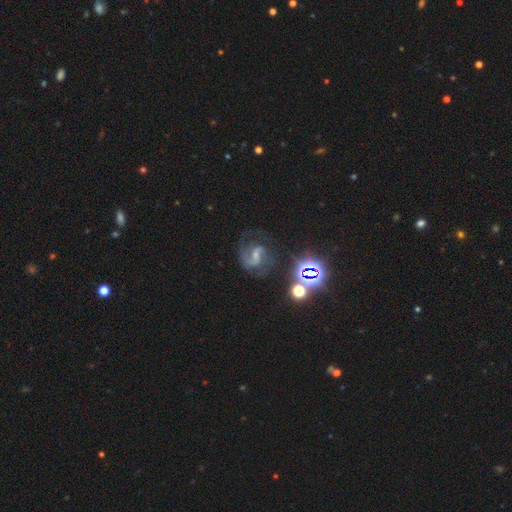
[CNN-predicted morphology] Q: Smooth or featured?
A: featured or disk (68%); runner-up: star or artifact (22%)
Q: Edge-on disk?
A: no (96%); runner-up: yes (4%)
Q: Bar?
A: strong (44%); runner-up: weak (42%)
Q: Spiral arms?
A: yes (92%); runner-up: no (8%)
Q: Spiral winding?
A: medium (52%); runner-up: tight (26%)
Q: Spiral arm count?
A: 2 (79%); runner-up: can't tell (9%)
Q: Bulge size?
A: small (50%); runner-up: moderate (27%)
Q: Merging?
A: none (65%); runner-up: minor disturbance (17%)